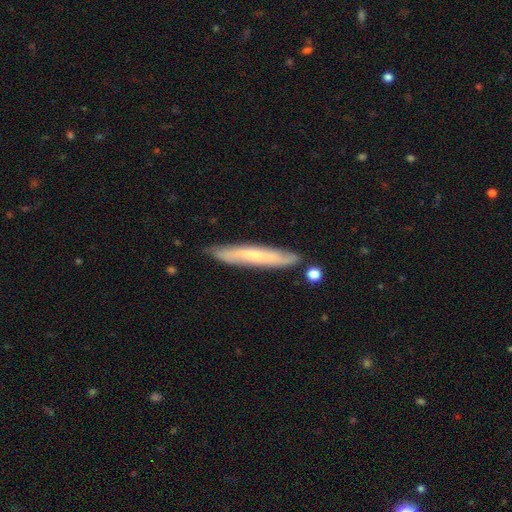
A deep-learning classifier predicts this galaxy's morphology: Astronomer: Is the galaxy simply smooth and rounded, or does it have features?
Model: featured or disk — 49% (runner-up: smooth, 45%).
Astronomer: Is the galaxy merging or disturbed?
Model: none — 82%.